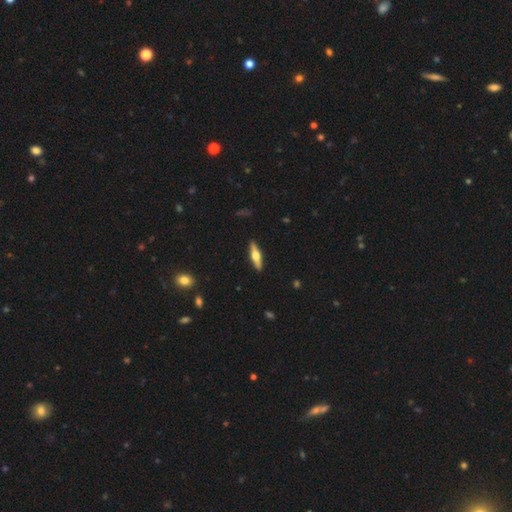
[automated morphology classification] This appears to be a featured or disk galaxy (62%) viewed edge-on (96%) with a rounded central bulge (94%). Merging: none (91%).